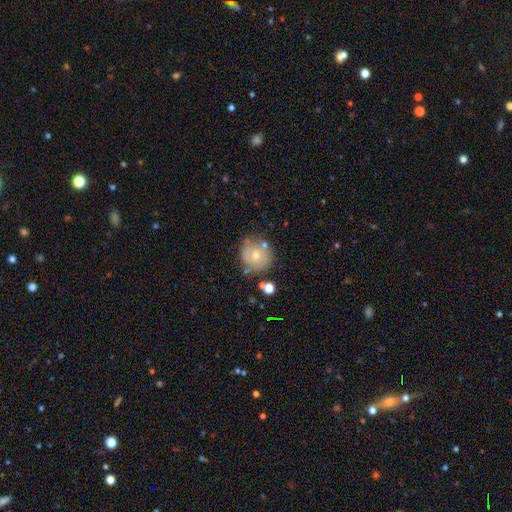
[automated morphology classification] The model was most divided on "smooth or featured": featured or disk: 47%, smooth: 44%, star or artifact: 9%. More confident: merging — none (65%).